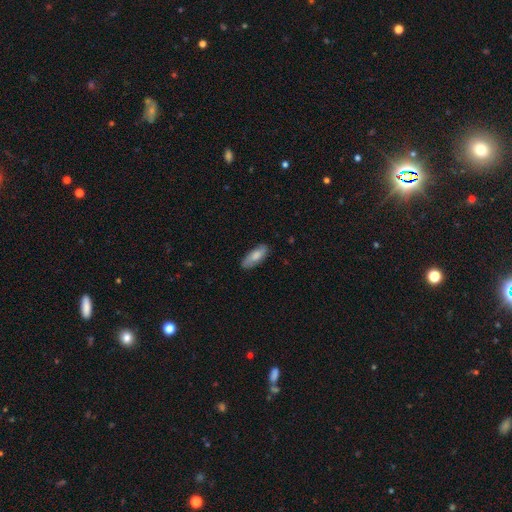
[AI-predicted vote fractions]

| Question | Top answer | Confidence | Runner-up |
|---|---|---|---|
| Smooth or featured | smooth | 79% | featured or disk (15%) |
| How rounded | in between | 72% | cigar-shaped (26%) |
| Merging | none | 83% | minor disturbance (14%) |